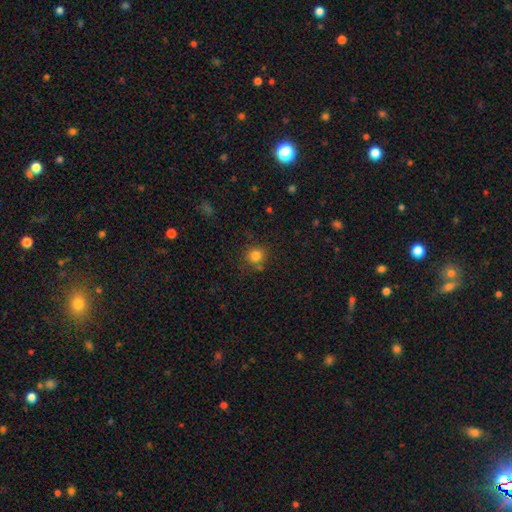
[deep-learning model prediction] The model was most divided on "smooth or featured": smooth: 81%, star or artifact: 13%, featured or disk: 6%. More confident: how rounded — round (91%); merging — none (80%).